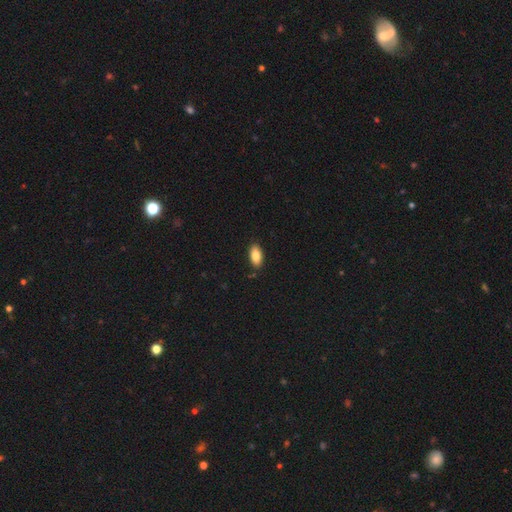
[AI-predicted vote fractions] Overall: smooth (83%). How rounded: in between (92%). Merging: none (88%).